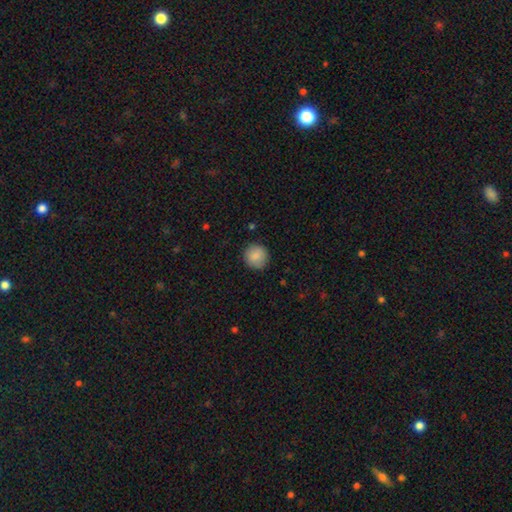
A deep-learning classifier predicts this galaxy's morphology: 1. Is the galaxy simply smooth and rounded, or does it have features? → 88% smooth, 8% star or artifact, 4% featured or disk.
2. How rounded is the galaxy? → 93% round, 6% in between, 1% cigar-shaped.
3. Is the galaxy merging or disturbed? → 88% none, 8% minor disturbance, 2% major disturbance, 1% merger.